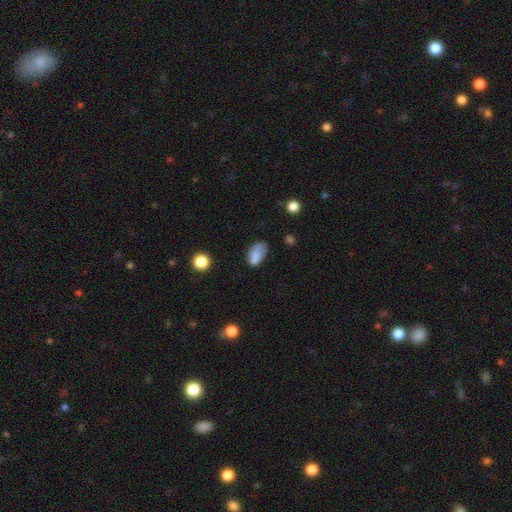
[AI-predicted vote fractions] A smooth galaxy with no disk features (77%) that is in between round and cigar-shaped (90%).

Vote fractions:
- Smooth or featured? smooth: 77% / featured or disk: 13% / star or artifact: 10%
- How rounded? in between: 90% / round: 8% / cigar-shaped: 2%
- Merging? none: 48% / minor disturbance: 27% / merger: 14% / major disturbance: 11%